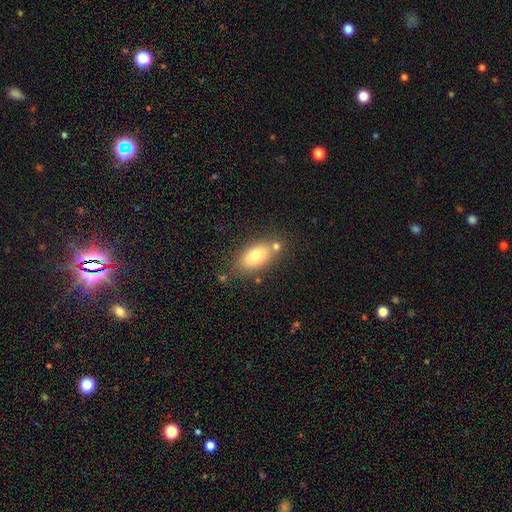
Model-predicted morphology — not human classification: This is likely a smooth galaxy (75%). How rounded: clearly in between (88%). Merging: likely none (68%).